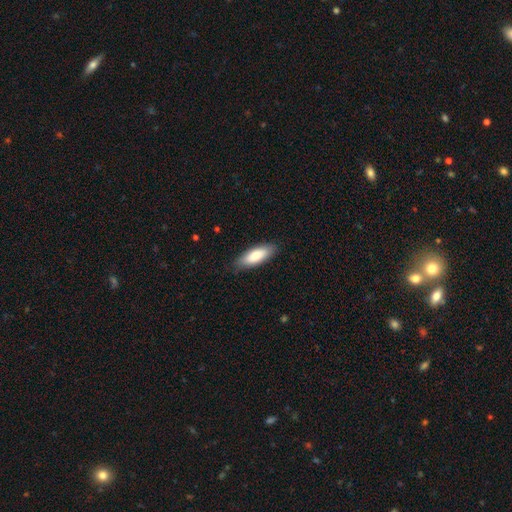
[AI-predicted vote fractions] Q: Smooth or featured?
A: smooth (78%); runner-up: featured or disk (16%)
Q: How rounded?
A: in between (68%); runner-up: cigar-shaped (30%)
Q: Merging?
A: none (85%); runner-up: minor disturbance (12%)